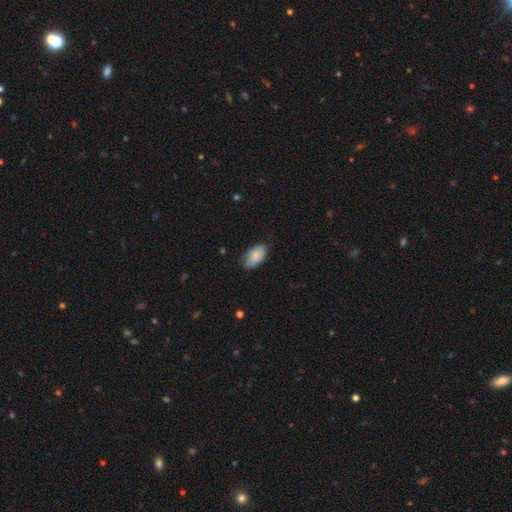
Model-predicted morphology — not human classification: This appears to be a smooth galaxy with no disk features (83%) that is in between round and cigar-shaped (94%). Merging: none (72%).